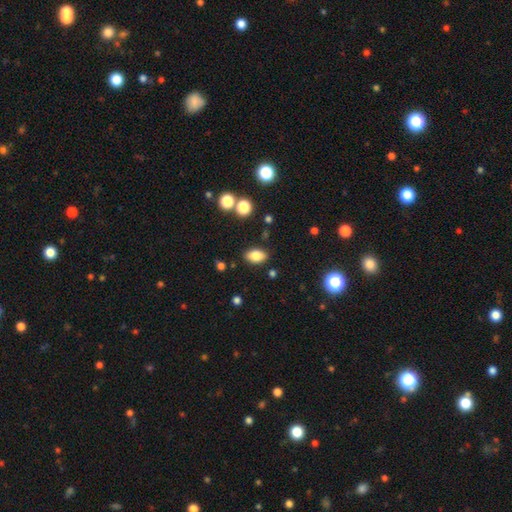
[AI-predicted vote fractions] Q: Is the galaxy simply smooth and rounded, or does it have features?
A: smooth — 81%.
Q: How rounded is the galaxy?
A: in between — 89%.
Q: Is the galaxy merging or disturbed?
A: none — 85%.